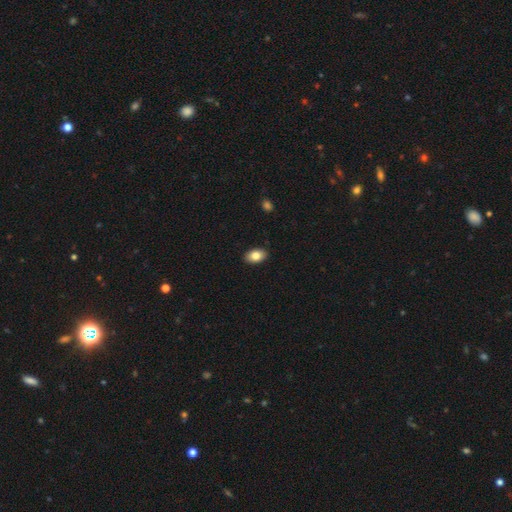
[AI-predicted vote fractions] Q: Smooth or featured?
A: smooth (83%); runner-up: featured or disk (9%)
Q: How rounded?
A: in between (90%); runner-up: round (9%)
Q: Merging?
A: none (90%); runner-up: minor disturbance (8%)